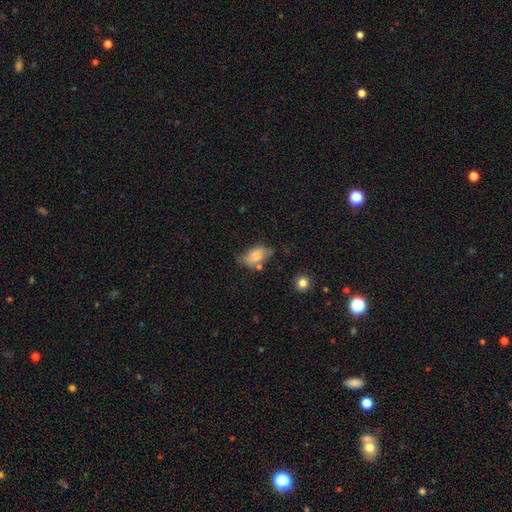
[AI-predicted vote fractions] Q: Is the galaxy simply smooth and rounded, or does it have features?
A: smooth — 64%.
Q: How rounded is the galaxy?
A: in between — 89%.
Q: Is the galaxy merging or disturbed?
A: none — 40%.